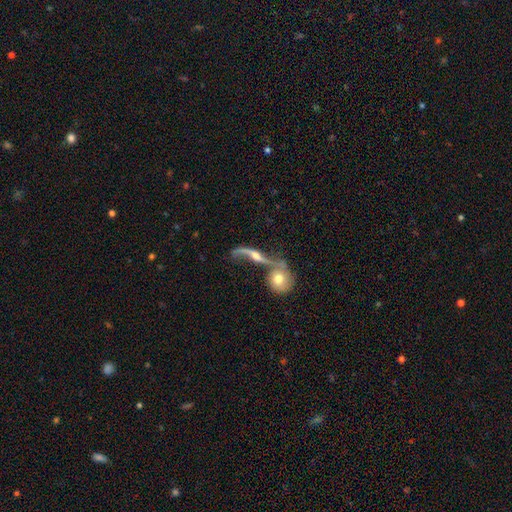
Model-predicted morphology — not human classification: type=featured or disk (73%); edge-on=no (68%); merging=merger (49%).